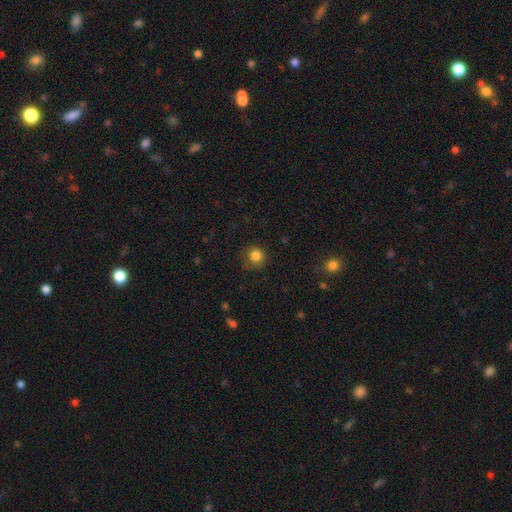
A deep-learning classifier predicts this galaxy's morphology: smooth_or_featured: smooth (p=0.83) [alt: star or artifact p=0.11]
how_rounded: round (p=0.91) [alt: in between p=0.08]
merging: none (p=0.77) [alt: minor disturbance p=0.16]